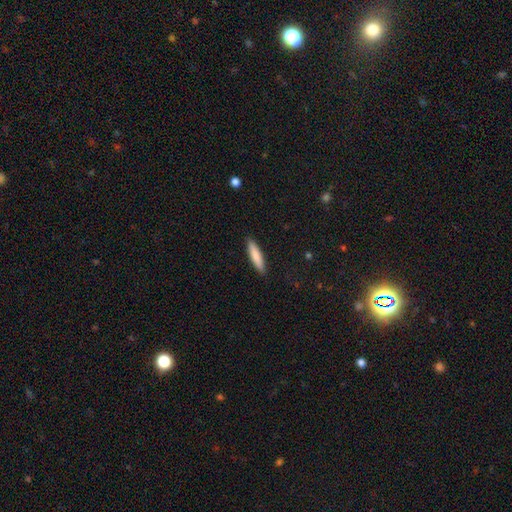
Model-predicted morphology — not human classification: Smooth or featured? smooth (81%)
How rounded? cigar-shaped (83%)
Merging? none (91%)